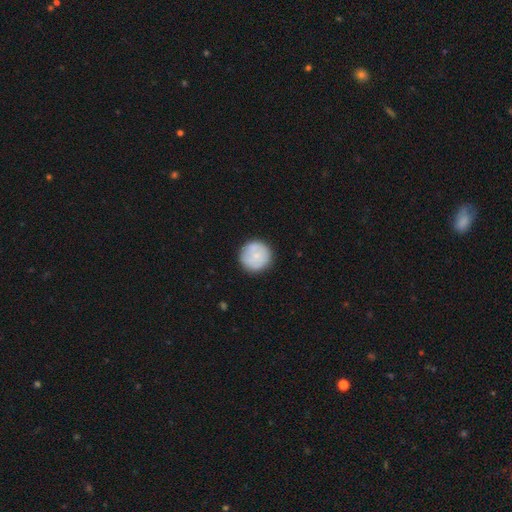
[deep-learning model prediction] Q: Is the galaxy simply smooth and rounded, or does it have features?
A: smooth — 71%.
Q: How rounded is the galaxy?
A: round — 96%.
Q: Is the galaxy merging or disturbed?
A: none — 86%.